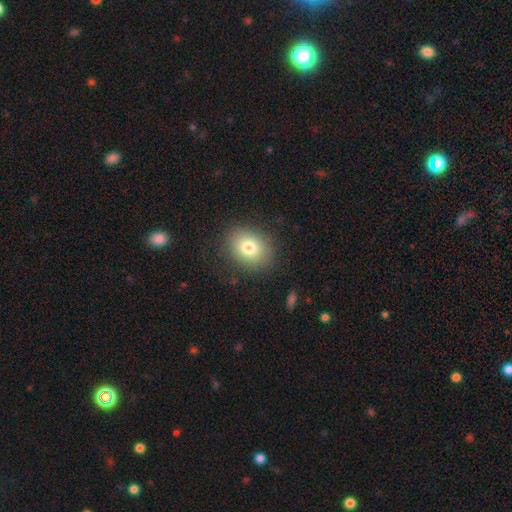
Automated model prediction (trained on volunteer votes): Smooth or featured? smooth (78%)
How rounded? in between (51%)
Merging? none (86%)